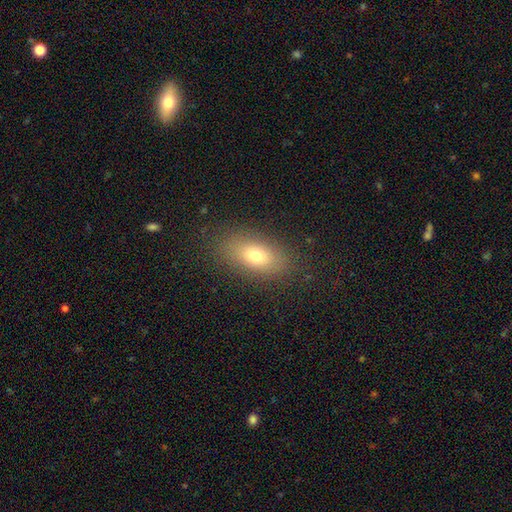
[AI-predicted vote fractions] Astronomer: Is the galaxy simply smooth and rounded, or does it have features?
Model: smooth — 73%.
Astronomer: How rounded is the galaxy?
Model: in between — 85%.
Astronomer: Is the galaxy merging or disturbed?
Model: none — 85%.